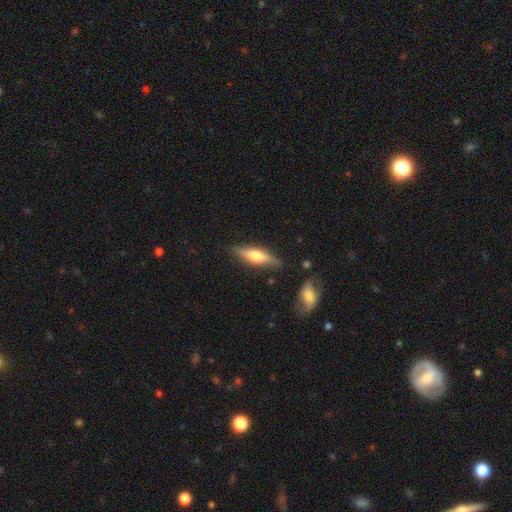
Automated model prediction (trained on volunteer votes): smooth_or_featured: featured or disk (p=0.52) [alt: smooth p=0.41]
disk_edge_on: yes (p=0.92) [alt: no p=0.08]
merging: none (p=0.81) [alt: minor disturbance p=0.13]